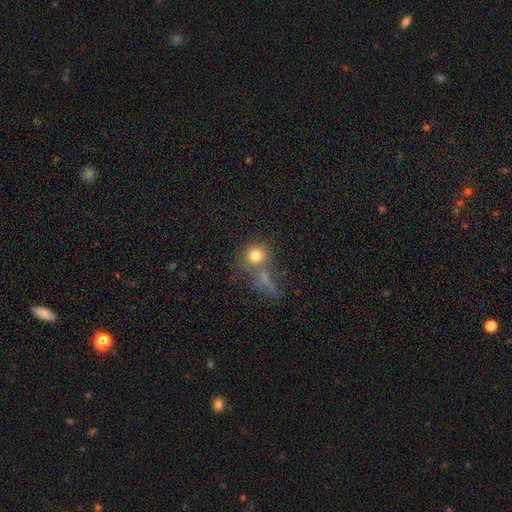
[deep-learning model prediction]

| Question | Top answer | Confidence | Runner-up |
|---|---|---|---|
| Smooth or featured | smooth | 78% | star or artifact (12%) |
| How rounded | round | 85% | in between (13%) |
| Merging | none | 54% | merger (28%) |